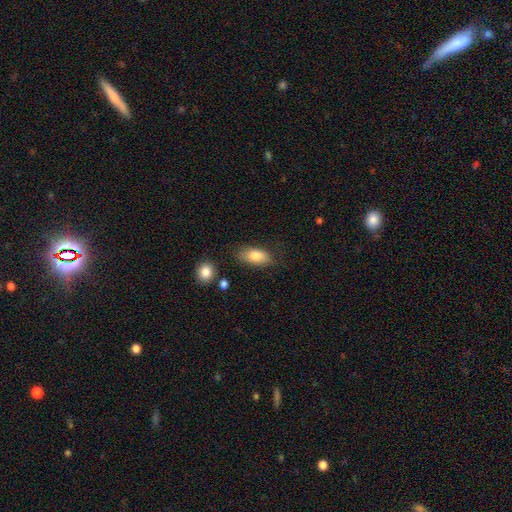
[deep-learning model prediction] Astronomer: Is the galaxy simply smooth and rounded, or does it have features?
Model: smooth — 82%.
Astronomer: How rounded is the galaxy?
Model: in between — 88%.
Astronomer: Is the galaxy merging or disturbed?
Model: none — 72%.